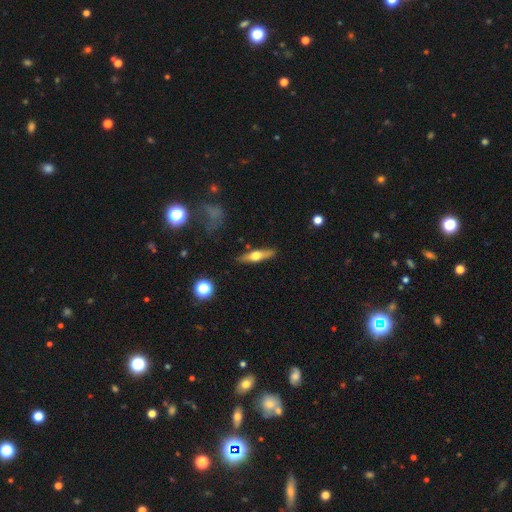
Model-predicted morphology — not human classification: smooth_or_featured: featured or disk (p=0.55) [alt: smooth p=0.38]
disk_edge_on: yes (p=0.92) [alt: no p=0.08]
edge_on_bulge: rounded (p=0.94) [alt: boxy p=0.03]
merging: none (p=0.86) [alt: minor disturbance p=0.10]